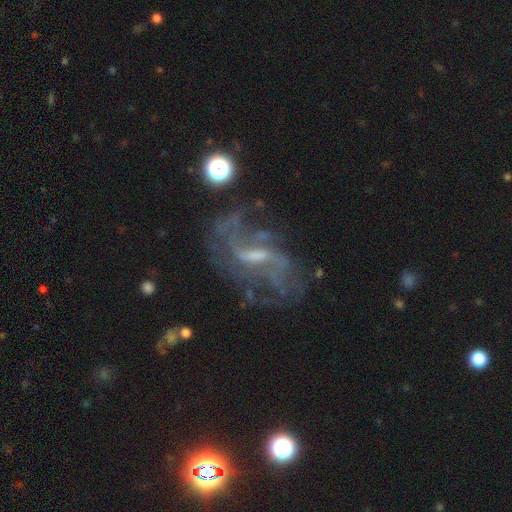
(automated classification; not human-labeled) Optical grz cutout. It shows a featured or disk galaxy (82%) with a weak bar (51%), 2 (51%) loose (58%) spiral arms (85%) and a small central bulge (42%). Merging: none (53%).